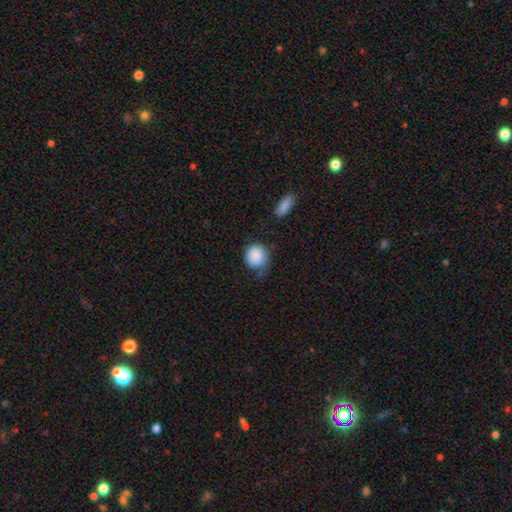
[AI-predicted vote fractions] A smooth galaxy with no disk features (89%) that is round (83%).

Vote fractions:
- Smooth or featured? smooth: 89% / star or artifact: 7% / featured or disk: 4%
- How rounded? round: 83% / in between: 16% / cigar-shaped: 1%
- Merging? none: 68% / minor disturbance: 23% / major disturbance: 5% / merger: 3%